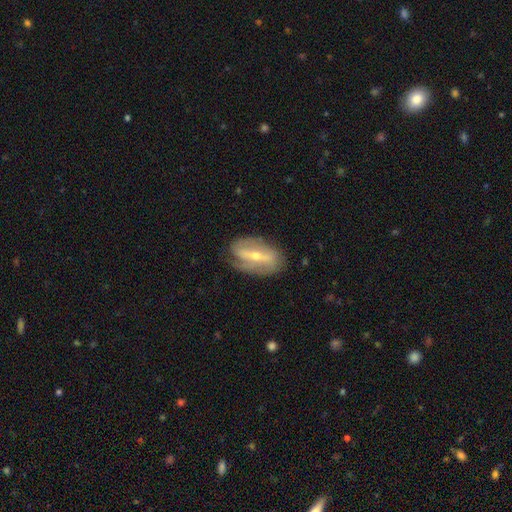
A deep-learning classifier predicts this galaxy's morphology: Overall: featured or disk (78%). Edge-on disk: no (89%). Bar: strong (65%). Spiral arms: yes (77%). Spiral arm count: 2 (68%). Spiral winding: tight (36%; medium 35%). Bulge size: small (50%; moderate 46%). Merging: none (73%).